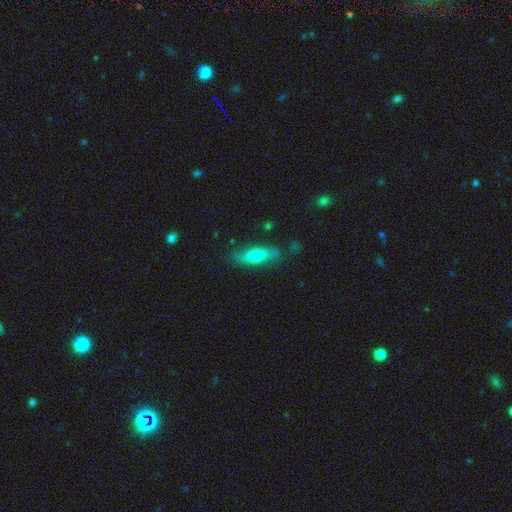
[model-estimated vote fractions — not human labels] A smooth galaxy with no disk features (67%) that is in between round and cigar-shaped (50%).

Vote fractions:
- Smooth or featured? smooth: 67% / featured or disk: 26% / star or artifact: 7%
- How rounded? in between: 50% / cigar-shaped: 47% / round: 3%
- Merging? none: 78% / minor disturbance: 16% / major disturbance: 4% / merger: 3%